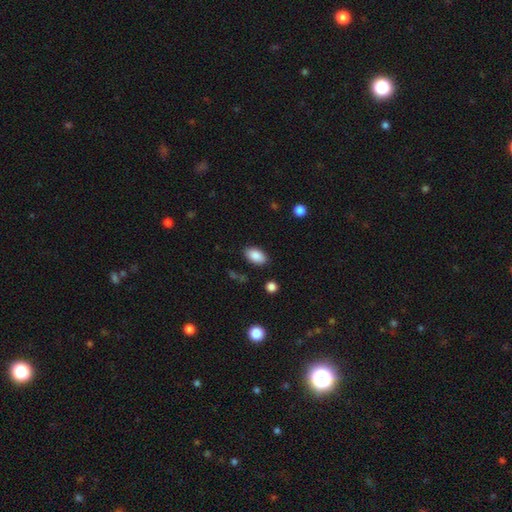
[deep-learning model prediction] Morphology: type=smooth (88%); roundness=in between (93%); merging=none (85%).